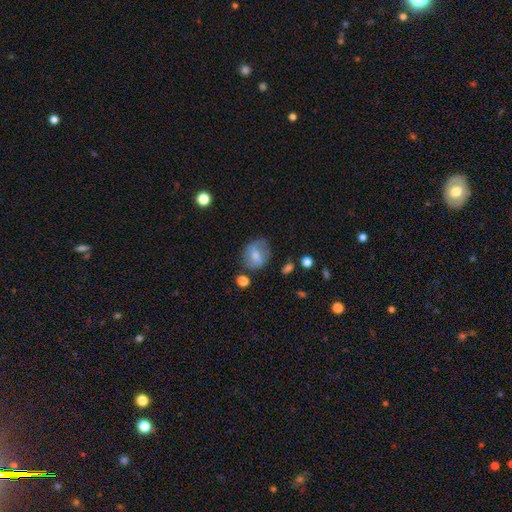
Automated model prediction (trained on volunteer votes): A smooth galaxy with no disk features (62%) that is round (58%).

Vote fractions:
- Smooth or featured? smooth: 62% / featured or disk: 29% / star or artifact: 9%
- How rounded? round: 58% / in between: 40% / cigar-shaped: 1%
- Merging? none: 66% / minor disturbance: 22% / major disturbance: 8% / merger: 4%